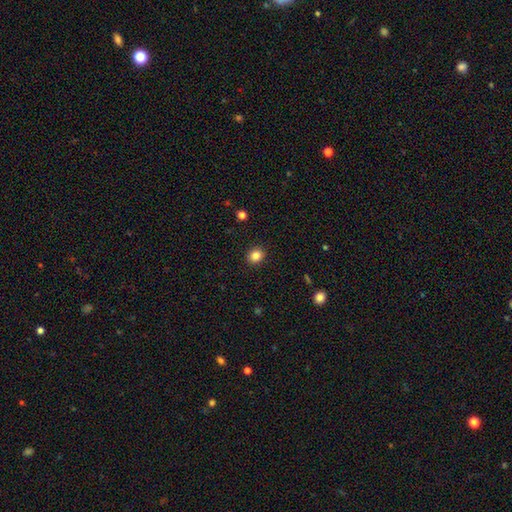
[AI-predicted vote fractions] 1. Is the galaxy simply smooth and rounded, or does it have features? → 84% smooth, 11% star or artifact, 5% featured or disk.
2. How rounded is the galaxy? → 73% round, 26% in between, 1% cigar-shaped.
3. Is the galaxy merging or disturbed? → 91% none, 6% minor disturbance, 2% major disturbance, 1% merger.